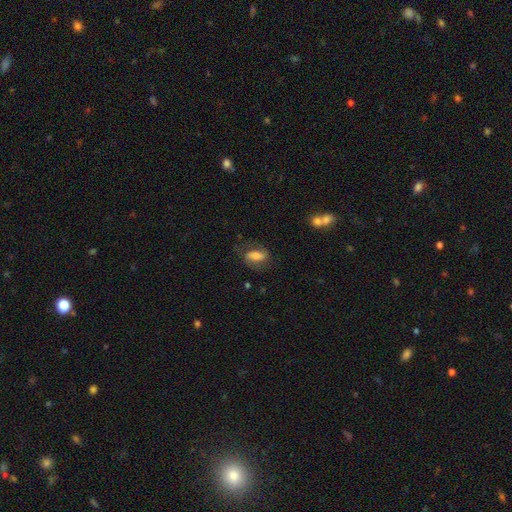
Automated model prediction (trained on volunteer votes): smooth-or-featured: smooth: 58% | featured or disk: 34% | star or artifact: 8%
  how-rounded: in between: 83% | cigar-shaped: 9% | round: 8%
  merging: none: 66% | minor disturbance: 20% | major disturbance: 12% | merger: 2%